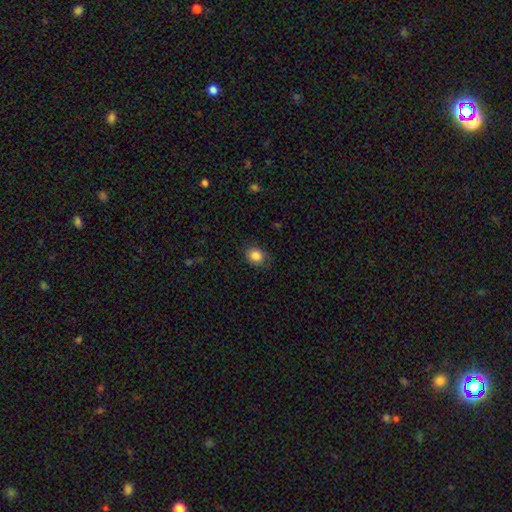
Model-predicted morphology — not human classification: A smooth galaxy with no disk features (86%) that is round (63%). Merging: none (82%).